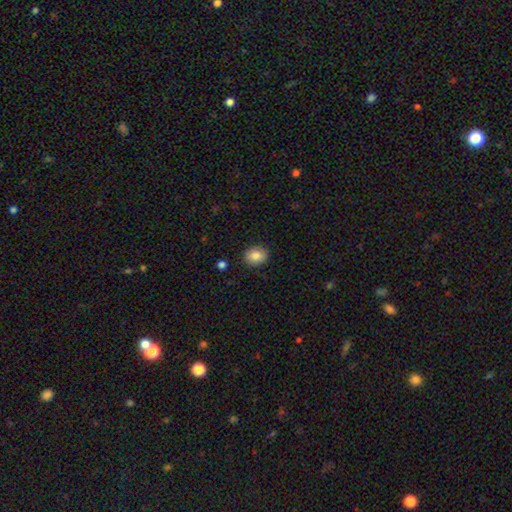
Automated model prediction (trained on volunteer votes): smooth_or_featured: smooth (p=0.84) [alt: star or artifact p=0.08]
how_rounded: round (p=0.55) [alt: in between p=0.44]
merging: none (p=0.88) [alt: minor disturbance p=0.08]